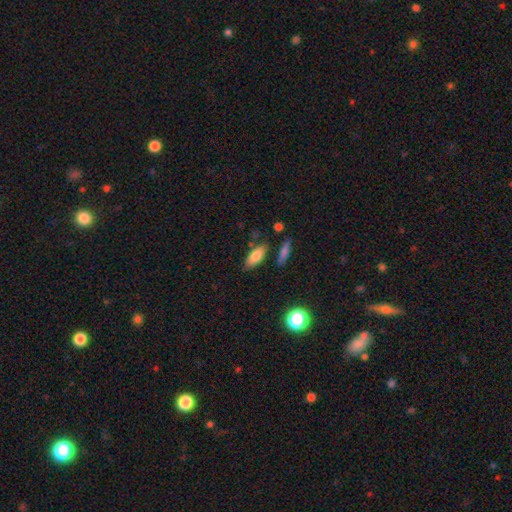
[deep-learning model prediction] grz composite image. It shows a smooth galaxy with no disk features (80%) that is in between round and cigar-shaped (80%). Merging: none (78%).